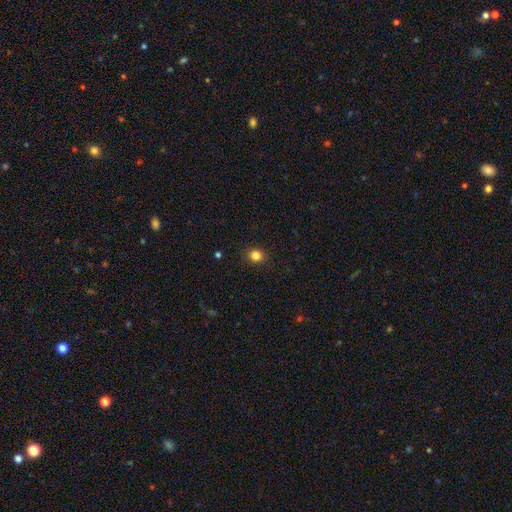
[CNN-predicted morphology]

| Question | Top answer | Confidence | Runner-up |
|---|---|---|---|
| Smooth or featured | smooth | 84% | star or artifact (12%) |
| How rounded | round | 82% | in between (17%) |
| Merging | none | 90% | minor disturbance (7%) |